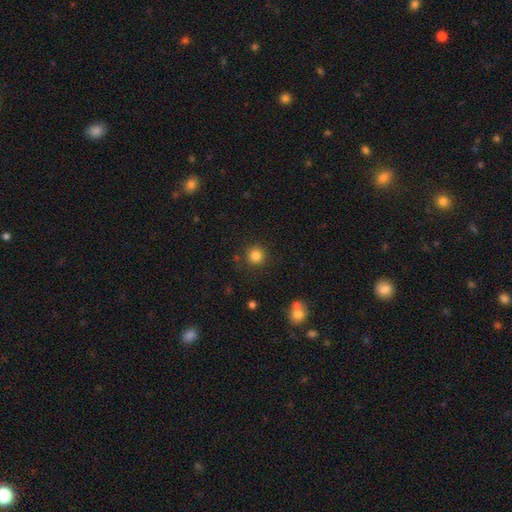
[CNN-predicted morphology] This appears to be a smooth galaxy with no disk features (83%) that is round (94%). Merging: none (88%).